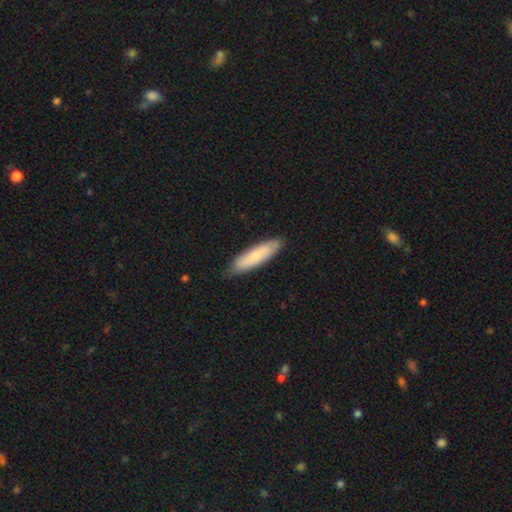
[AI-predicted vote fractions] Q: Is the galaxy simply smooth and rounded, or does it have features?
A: smooth — 80%.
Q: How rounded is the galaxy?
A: cigar-shaped — 71%.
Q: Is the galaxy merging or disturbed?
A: none — 83%.